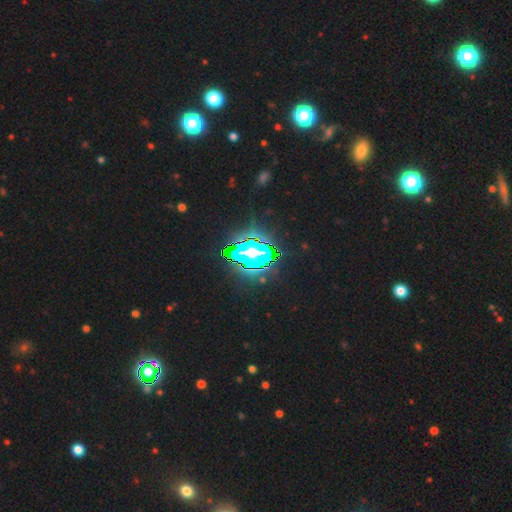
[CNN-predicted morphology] A star or artifact, not a galaxy (75%).

Vote fractions:
- Smooth or featured? star or artifact: 75% / smooth: 13% / featured or disk: 12%